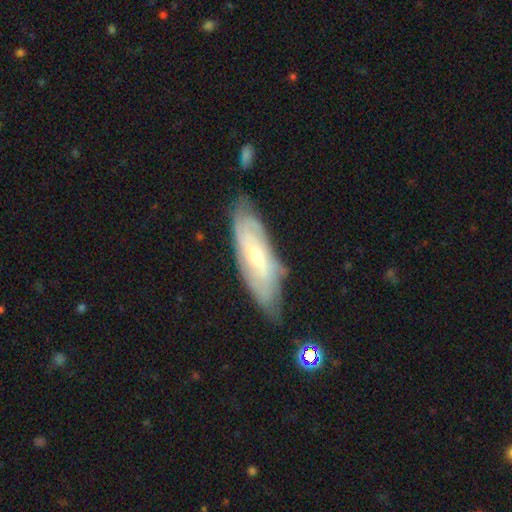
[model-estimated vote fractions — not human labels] This is likely a featured or disk galaxy (71%). It is likely not viewed edge-on (79%). Bar: possibly no (55%). Spiral arm pattern: clearly yes (81%). Central bulge: possibly small (50%). Merging: likely none (70%).